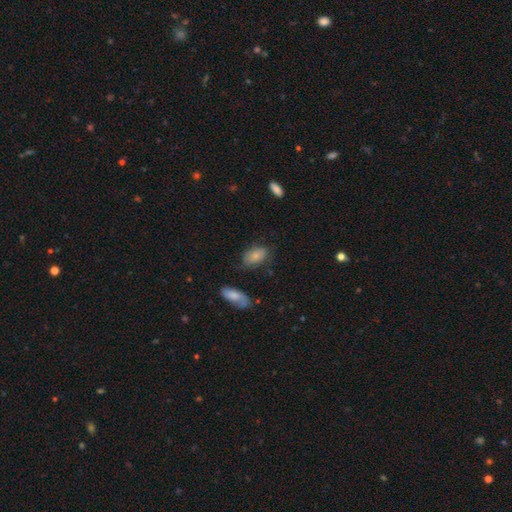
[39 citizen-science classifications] Volunteers were most divided on "merging": none: 64%, minor disturbance: 19%, major disturbance: 17%, merger: 0%. More confident: how rounded — in between (97%); smooth or featured — smooth (82%).